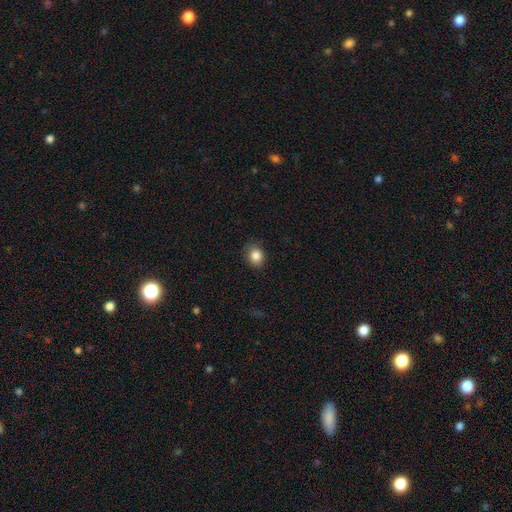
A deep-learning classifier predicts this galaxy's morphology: Smooth or featured? smooth (85%)
How rounded? round (60%)
Merging? none (83%)